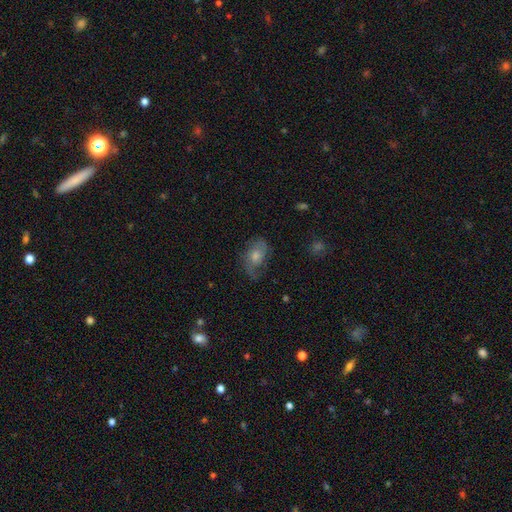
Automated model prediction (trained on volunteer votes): Smooth or featured: featured or disk — 57% (smooth — 30%)
Edge-on disk: no — 94% (yes — 6%)
Bar: no — 75% (weak — 22%)
Spiral arms: yes — 83% (no — 17%)
Bulge size: moderate — 59% (small — 25%)
Merging: none — 64% (minor disturbance — 22%)